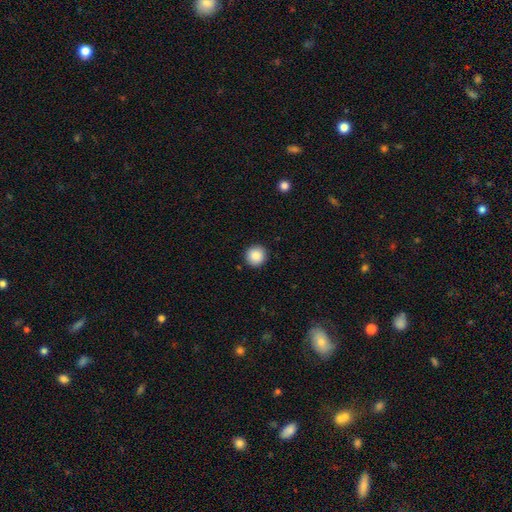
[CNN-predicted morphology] A smooth galaxy with no disk features (88%) that is round (94%).

Vote fractions:
- Smooth or featured? smooth: 88% / star or artifact: 8% / featured or disk: 3%
- How rounded? round: 94% / in between: 5% / cigar-shaped: 1%
- Merging? none: 92% / minor disturbance: 5% / major disturbance: 2% / merger: 1%